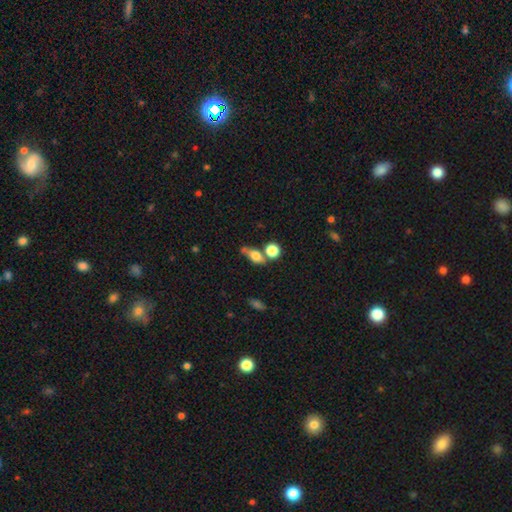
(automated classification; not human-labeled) Q: Smooth or featured?
A: smooth (65%); runner-up: featured or disk (23%)
Q: How rounded?
A: in between (58%); runner-up: round (23%)
Q: Merging?
A: none (51%); runner-up: merger (24%)